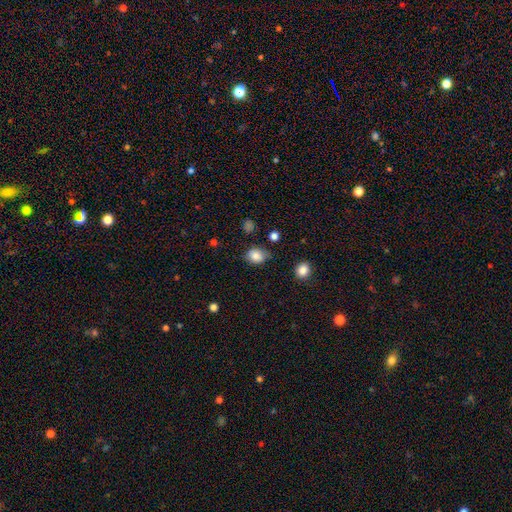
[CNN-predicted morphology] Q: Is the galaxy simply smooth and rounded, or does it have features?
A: smooth — 84%.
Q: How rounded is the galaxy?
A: in between — 56%.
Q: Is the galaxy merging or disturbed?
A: none — 68%.